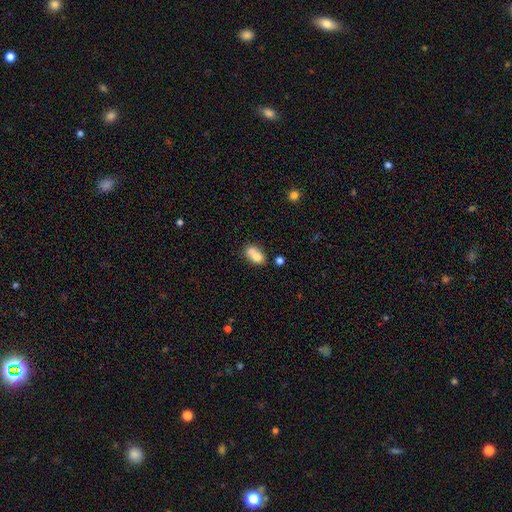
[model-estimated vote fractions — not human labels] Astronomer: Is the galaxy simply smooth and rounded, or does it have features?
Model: smooth — 72%.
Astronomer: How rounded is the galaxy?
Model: in between — 76%.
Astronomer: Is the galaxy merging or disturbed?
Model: merger — 49% (runner-up: none, 32%).